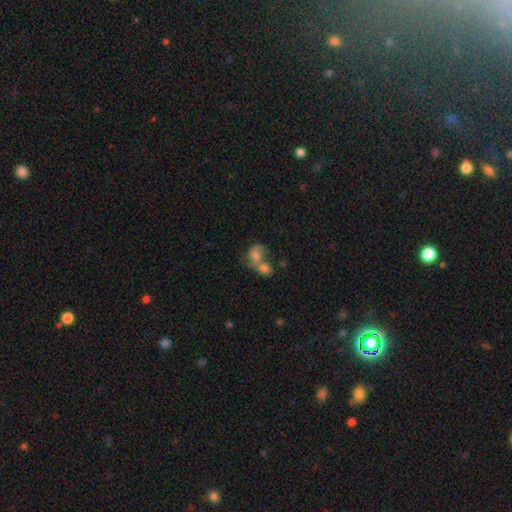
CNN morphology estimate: A smooth galaxy with no disk features (67%) that is in between round and cigar-shaped (59%).

Vote fractions:
- Smooth or featured? smooth: 67% / featured or disk: 20% / star or artifact: 13%
- How rounded? in between: 59% / round: 39% / cigar-shaped: 2%
- Merging? merger: 65% / none: 20% / minor disturbance: 8% / major disturbance: 7%